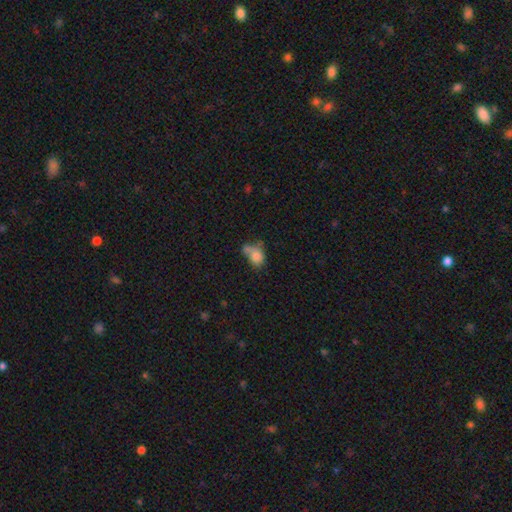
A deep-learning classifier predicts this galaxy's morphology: This appears to be a smooth galaxy with no disk features (76%) that is in between round and cigar-shaped (63%). Merging: merger (34%).